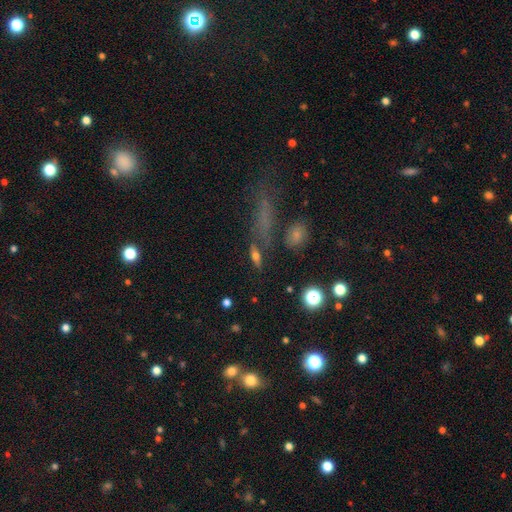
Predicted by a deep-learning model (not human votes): Q: Smooth or featured?
A: smooth (47%); runner-up: featured or disk (39%)
Q: Merging?
A: none (69%); runner-up: minor disturbance (14%)